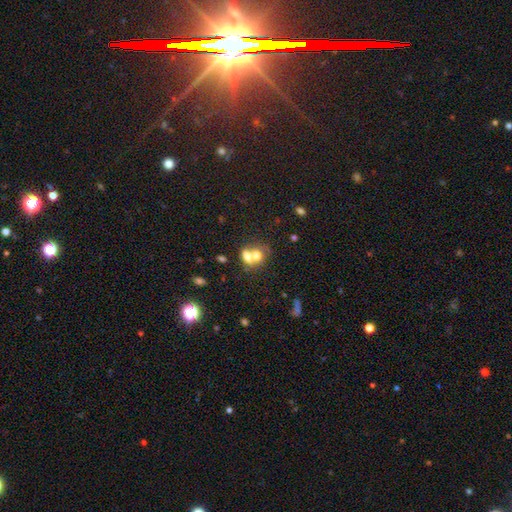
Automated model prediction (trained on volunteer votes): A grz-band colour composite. It shows a smooth galaxy with no disk features (67%) that is round (51%). Merging: merger (64%).